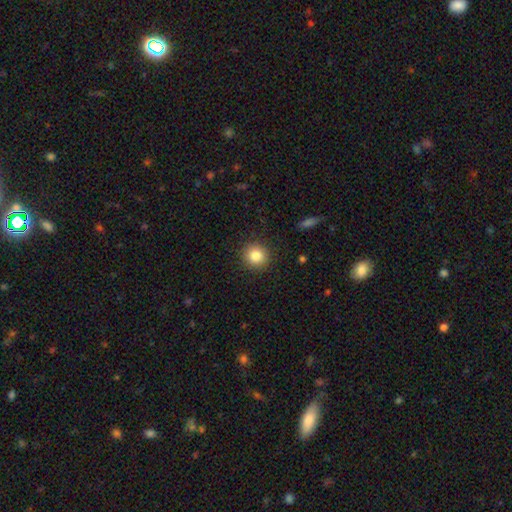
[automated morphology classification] type=smooth (84%); roundness=round (90%); merging=none (91%).